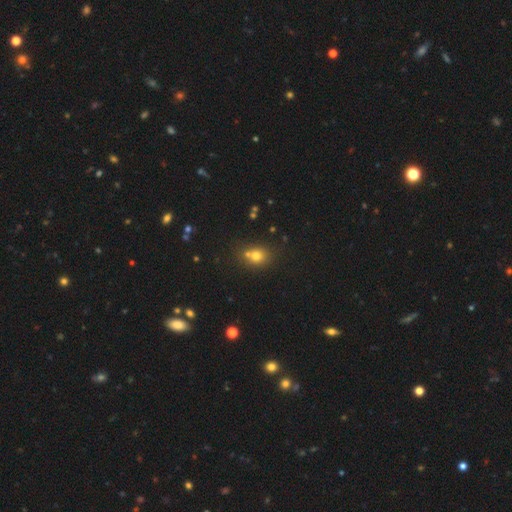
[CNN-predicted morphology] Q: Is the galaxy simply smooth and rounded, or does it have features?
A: smooth — 72%.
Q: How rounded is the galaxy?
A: round — 70%.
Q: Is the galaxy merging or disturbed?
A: none — 57%.